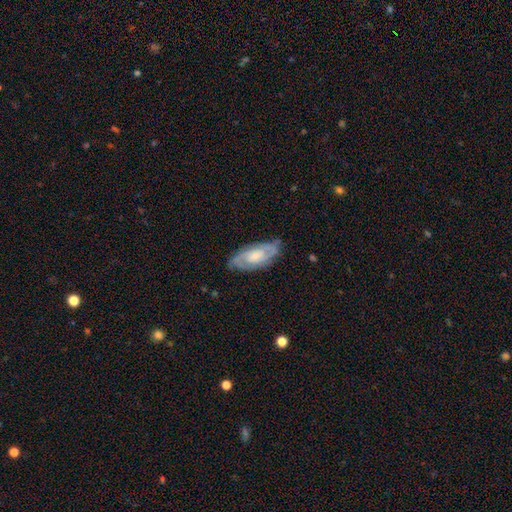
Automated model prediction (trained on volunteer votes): A featured or disk galaxy (75%) with no bar (63%), 2 (61%) tight (53%) spiral arms (92%) and a small central bulge (45%).

Vote fractions:
- Smooth or featured? featured or disk: 75% / smooth: 19% / star or artifact: 5%
- Edge-on disk? no: 92% / yes: 8%
- Bar? no: 63% / weak: 31% / strong: 6%
- Spiral arms? yes: 92% / no: 8%
- Spiral winding? tight: 53% / medium: 38% / loose: 9%
- Spiral arm count? 2: 61% / can't tell: 22% / 3: 9% / 1: 3% / 4: 2% / more than 4: 2%
- Bulge size? small: 45% / moderate: 40% / none: 7% / large: 6% / dominant: 1%
- Merging? none: 76% / minor disturbance: 18% / major disturbance: 4% / merger: 1%